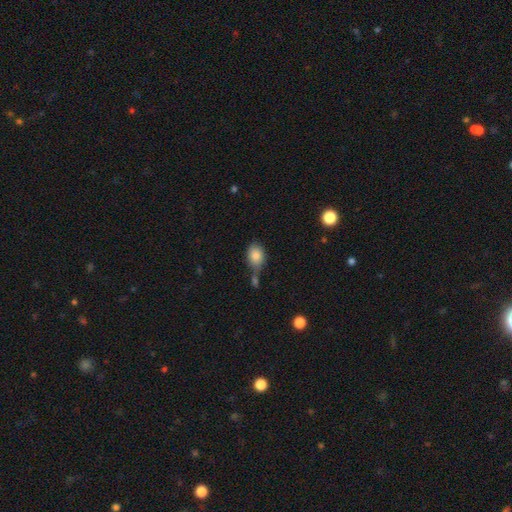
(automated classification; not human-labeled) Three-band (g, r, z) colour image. It shows a smooth galaxy with no disk features (85%) that is in between round and cigar-shaped (65%). Merging: none (46%).